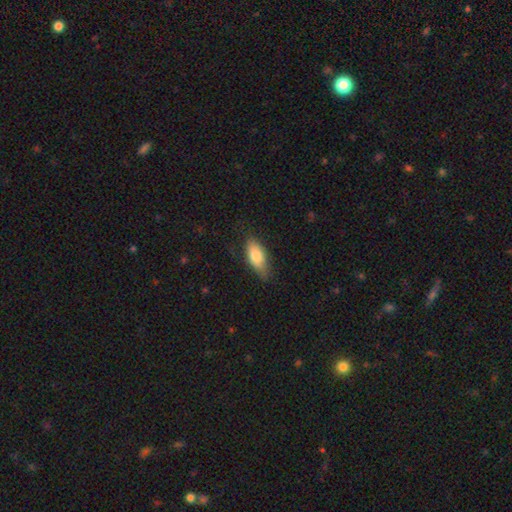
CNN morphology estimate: Smooth or featured: smooth — 81% (featured or disk — 13%)
How rounded: in between — 84% (cigar-shaped — 14%)
Merging: none — 71% (minor disturbance — 23%)